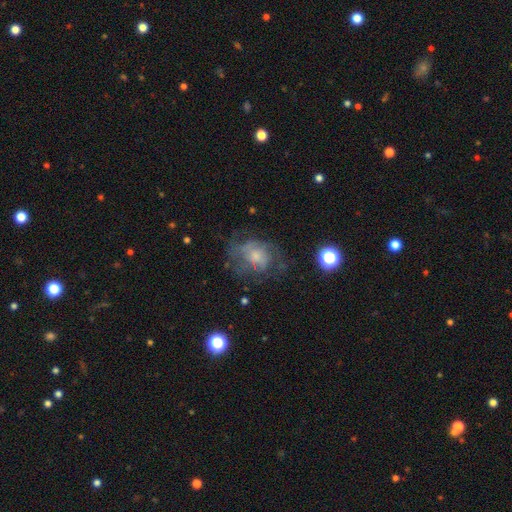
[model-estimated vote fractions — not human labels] featured or disk 51%, smooth 36%, star or artifact 13%. Down the decision tree: edge-on disk — no (97%); merging — none (47%).